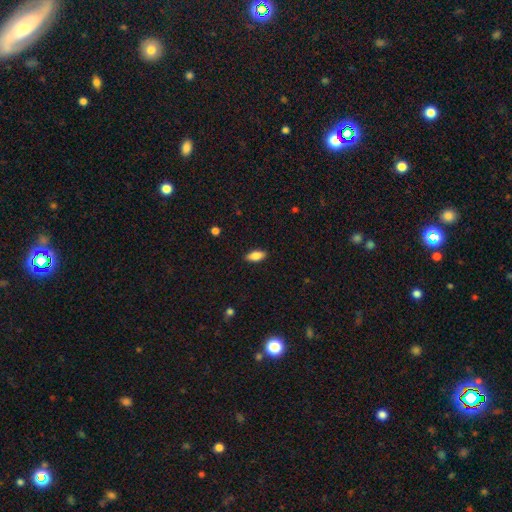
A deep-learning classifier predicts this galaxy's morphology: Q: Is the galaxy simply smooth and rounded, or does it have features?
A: smooth — 85%.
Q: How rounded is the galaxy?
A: in between — 87%.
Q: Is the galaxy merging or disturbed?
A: none — 89%.